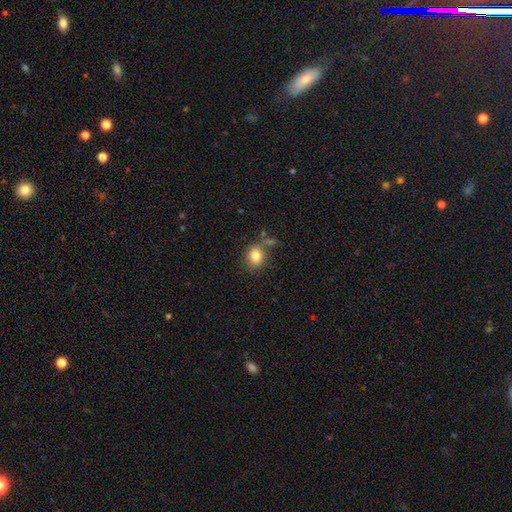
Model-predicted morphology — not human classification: smooth_or_featured: smooth (p=0.82) [alt: star or artifact p=0.10]
how_rounded: round (p=0.57) [alt: in between p=0.42]
merging: none (p=0.67) [alt: minor disturbance p=0.17]